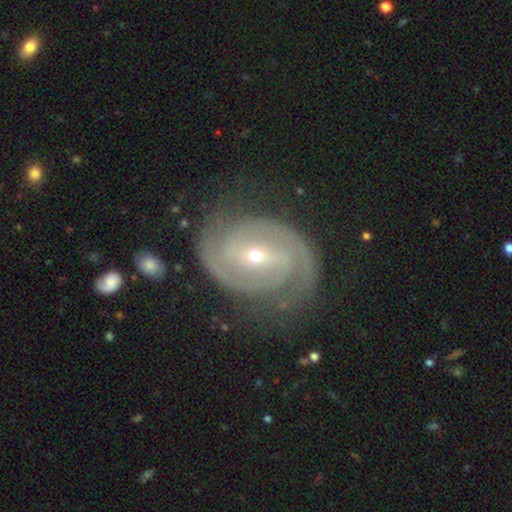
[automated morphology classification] Q: Smooth or featured?
A: featured or disk (90%); runner-up: star or artifact (5%)
Q: Edge-on disk?
A: no (97%); runner-up: yes (3%)
Q: Bar?
A: weak (41%); runner-up: no (31%)
Q: Spiral arms?
A: yes (98%); runner-up: no (2%)
Q: Spiral winding?
A: tight (63%); runner-up: medium (31%)
Q: Spiral arm count?
A: 2 (80%); runner-up: 3 (7%)
Q: Bulge size?
A: small (67%); runner-up: moderate (30%)
Q: Merging?
A: none (78%); runner-up: minor disturbance (15%)